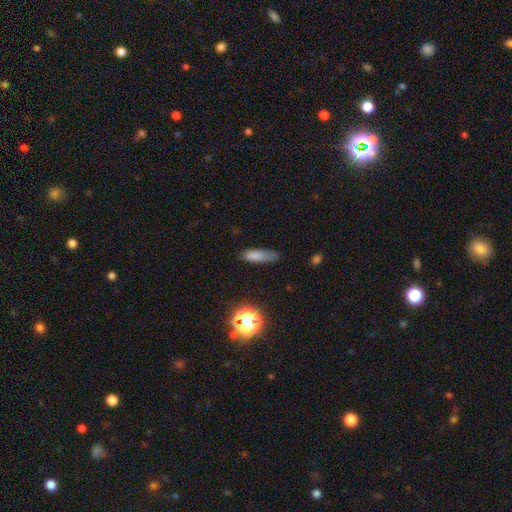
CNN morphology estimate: A smooth galaxy with no disk features (76%) that is cigar-shaped (57%).

Vote fractions:
- Smooth or featured? smooth: 76% / star or artifact: 13% / featured or disk: 12%
- How rounded? cigar-shaped: 57% / in between: 39% / round: 4%
- Merging? none: 57% / minor disturbance: 31% / major disturbance: 9% / merger: 3%